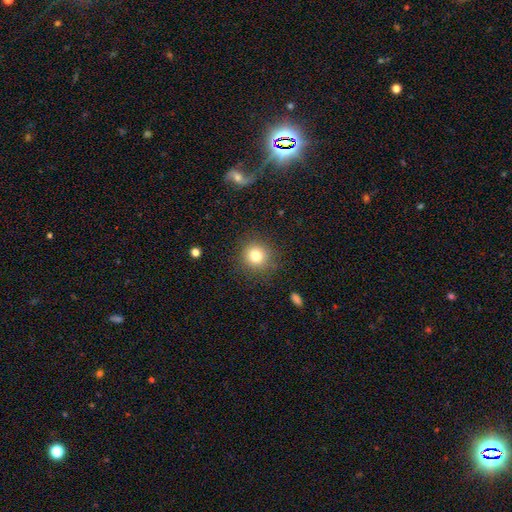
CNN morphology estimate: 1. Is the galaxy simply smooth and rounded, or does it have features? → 80% smooth, 12% star or artifact, 8% featured or disk.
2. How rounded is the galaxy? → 91% round, 8% in between, 1% cigar-shaped.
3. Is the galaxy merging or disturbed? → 87% none, 8% minor disturbance, 3% major disturbance, 1% merger.